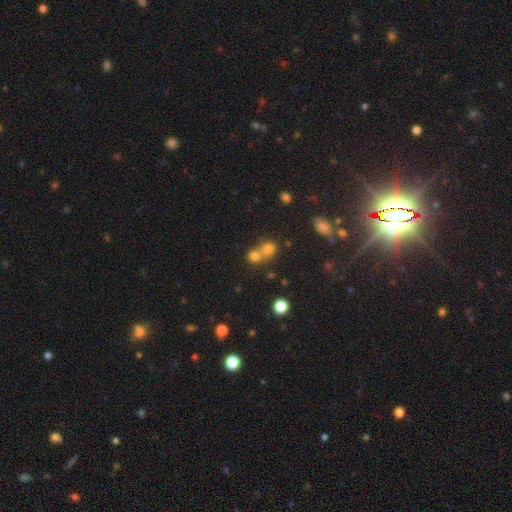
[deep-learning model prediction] A smooth galaxy with no disk features (69%) that is round (79%). Merging: merger (59%).